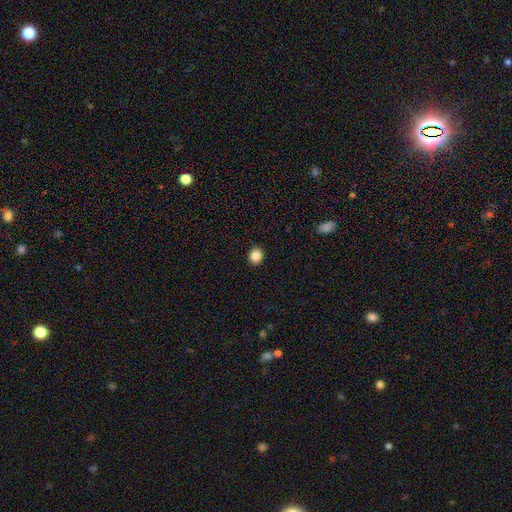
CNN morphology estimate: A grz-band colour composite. It shows a smooth galaxy with no disk features (86%) that is round (77%). Merging: none (91%).